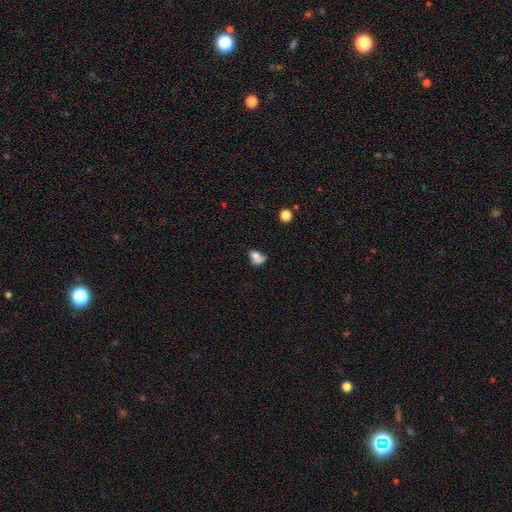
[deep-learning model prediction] Smooth or featured? Predicted: smooth (p=0.66). How rounded? Predicted: in between (p=0.66). Merging? Predicted: merger (p=0.30).